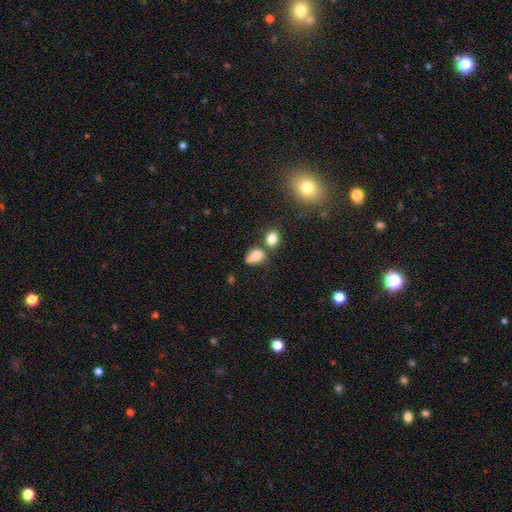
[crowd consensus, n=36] This is clearly a smooth galaxy (94%). How rounded: likely in between (65%). Merging: marginally merger (32%).